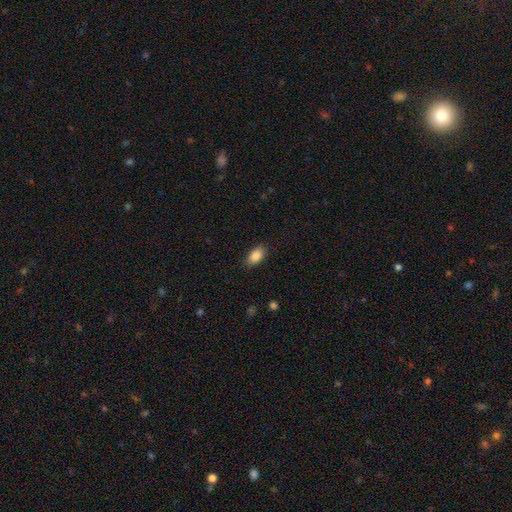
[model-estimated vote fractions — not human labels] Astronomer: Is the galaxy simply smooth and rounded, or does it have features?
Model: smooth — 86%.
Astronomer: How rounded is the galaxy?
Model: in between — 91%.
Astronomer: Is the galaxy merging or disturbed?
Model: none — 84%.